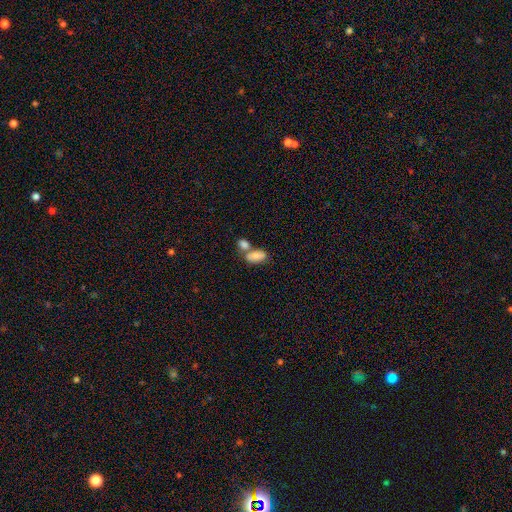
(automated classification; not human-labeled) Smooth or featured? smooth (79%)
How rounded? in between (91%)
Merging? merger (58%)